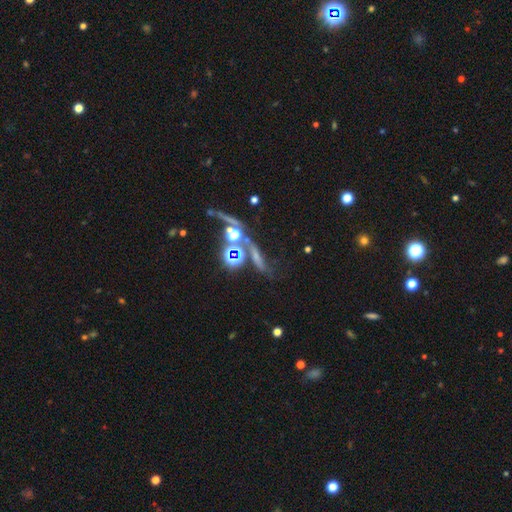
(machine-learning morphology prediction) A star or artifact, not a galaxy (45%).